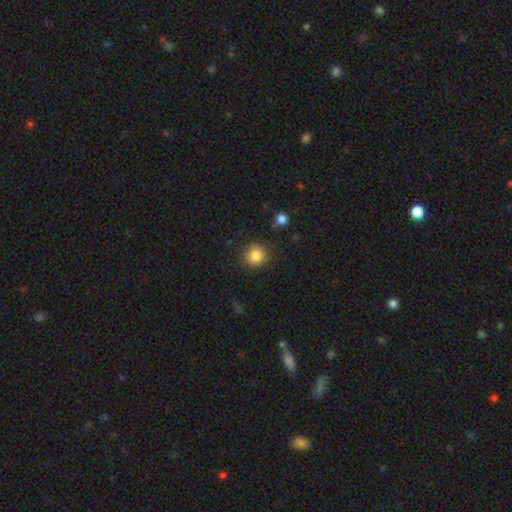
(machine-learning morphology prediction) smooth-or-featured: smooth: 85% | star or artifact: 10% | featured or disk: 5%
  how-rounded: round: 91% | in between: 8% | cigar-shaped: 1%
  merging: none: 87% | minor disturbance: 9% | major disturbance: 3% | merger: 2%